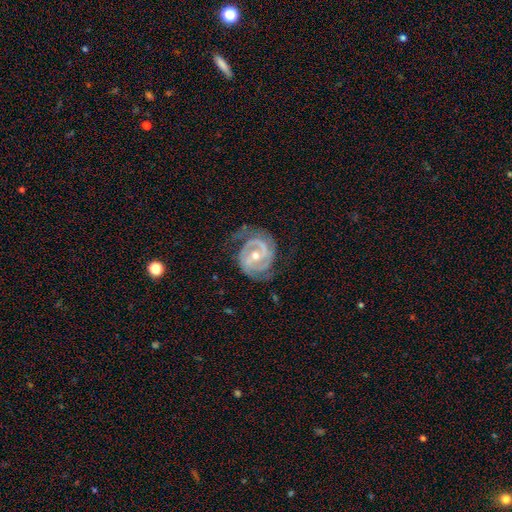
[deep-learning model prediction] Smooth or featured? featured or disk (91%)
Edge-on disk? no (98%)
Bar? weak (40%)
Spiral arms? yes (98%)
Spiral winding? tight (60%)
Spiral arm count? 2 (72%)
Bulge size? moderate (57%)
Merging? none (70%)